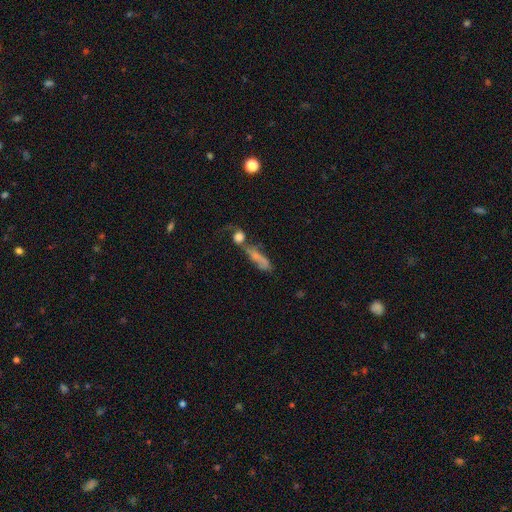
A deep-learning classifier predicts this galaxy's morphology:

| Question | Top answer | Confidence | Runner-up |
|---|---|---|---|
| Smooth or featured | smooth | 48% | featured or disk (36%) |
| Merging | merger | 39% | none (30%) |